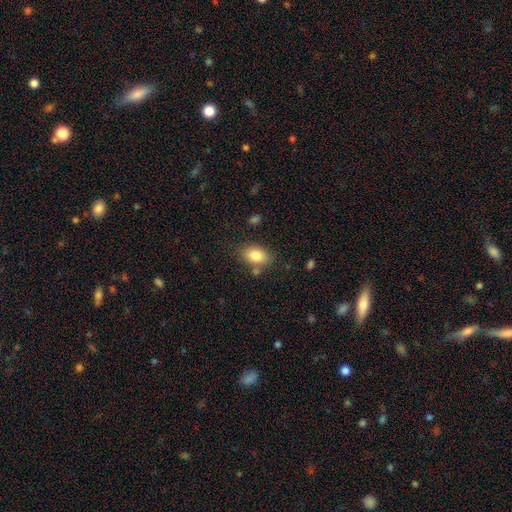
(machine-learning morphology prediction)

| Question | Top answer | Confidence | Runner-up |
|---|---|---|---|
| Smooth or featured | smooth | 83% | featured or disk (9%) |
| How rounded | in between | 84% | round (15%) |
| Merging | none | 75% | minor disturbance (14%) |